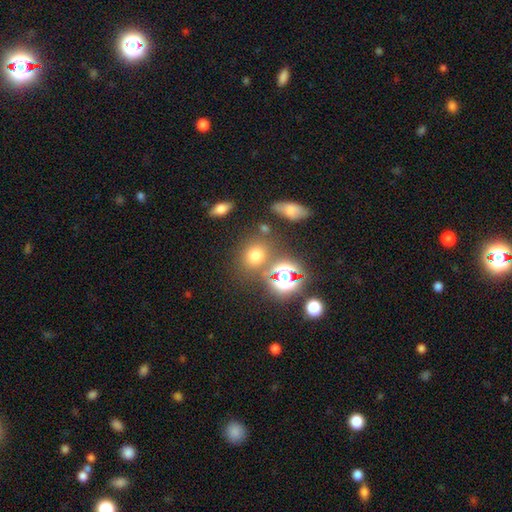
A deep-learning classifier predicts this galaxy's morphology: This appears to be a smooth galaxy with no disk features (66%) that is round (68%). Merging: none (73%).